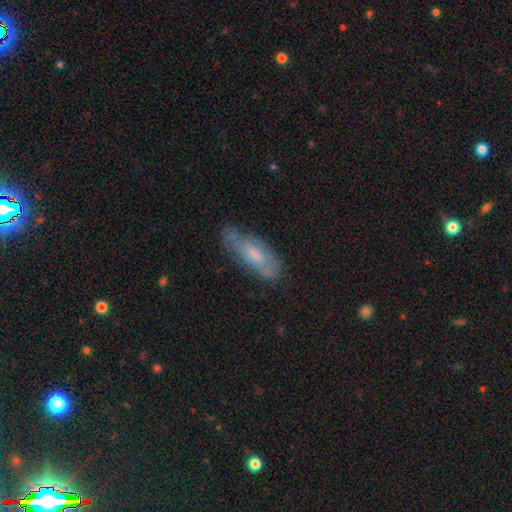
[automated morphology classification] type=smooth (52%); roundness=in between (65%); merging=none (64%).